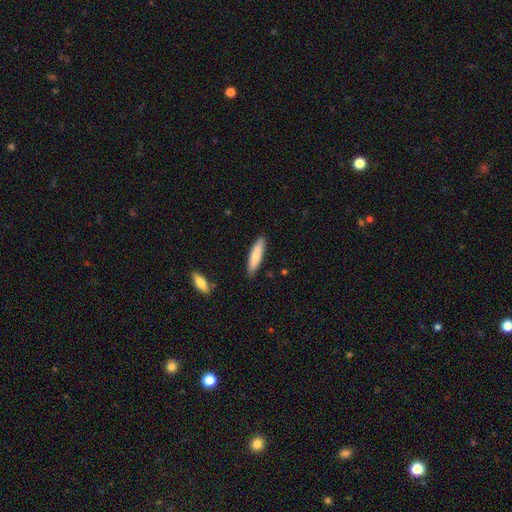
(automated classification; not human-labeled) This is likely a smooth galaxy (79%). How rounded: likely cigar-shaped (76%). Merging: clearly none (88%).